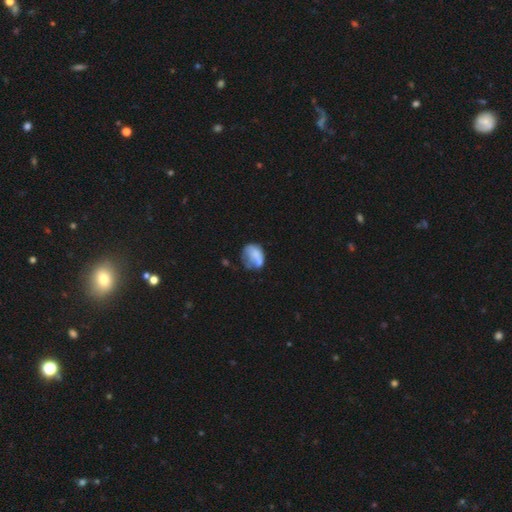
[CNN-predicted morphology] type=smooth (63%); roundness=in between (60%); merging=none (34%).